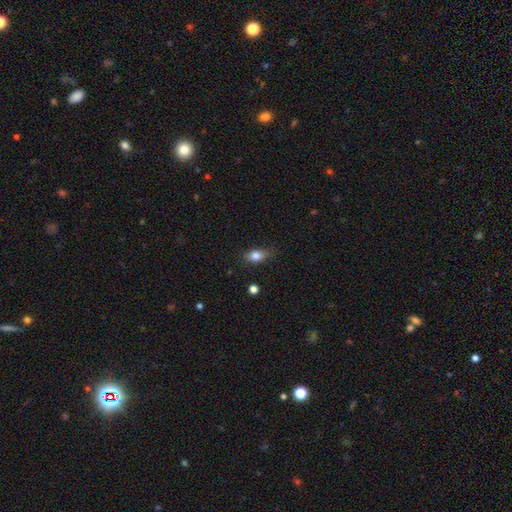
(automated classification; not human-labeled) Smooth or featured?
  - smooth: 81% *
  - featured or disk: 10%
  - star or artifact: 9%
How rounded?
  - in between: 80% *
  - round: 13%
  - cigar-shaped: 7%
Merging?
  - none: 75% *
  - minor disturbance: 19%
  - major disturbance: 4%
  - merger: 2%